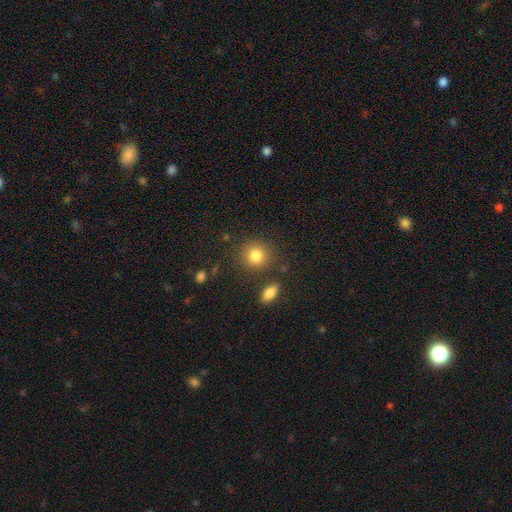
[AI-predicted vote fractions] Smooth or featured? smooth (83%)
How rounded? round (85%)
Merging? none (82%)